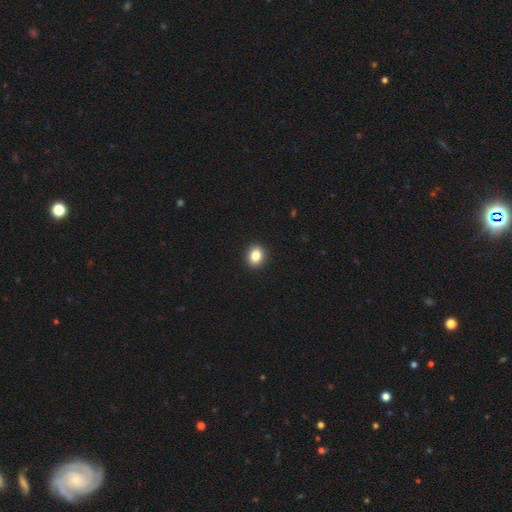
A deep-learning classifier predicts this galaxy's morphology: A smooth galaxy with no disk features (84%) that is round (63%). Merging: none (92%).